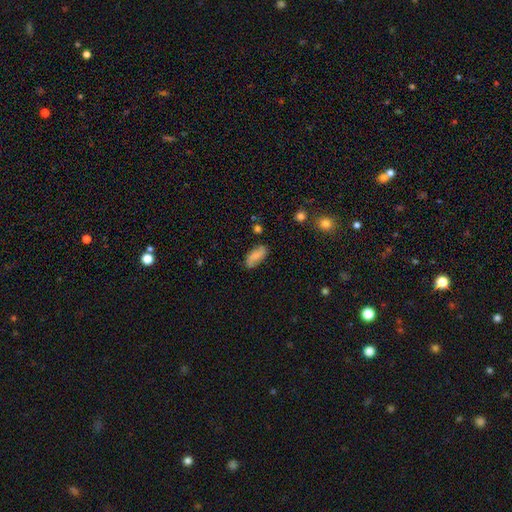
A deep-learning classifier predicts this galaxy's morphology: smooth 67%, featured or disk 25%, star or artifact 8%. Down the decision tree: how rounded — in between (85%); merging — none (75%).